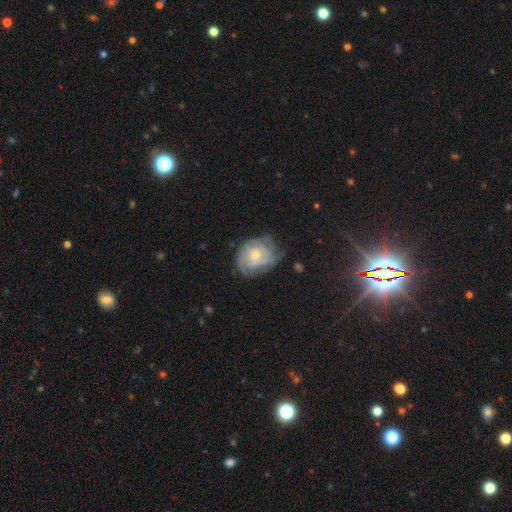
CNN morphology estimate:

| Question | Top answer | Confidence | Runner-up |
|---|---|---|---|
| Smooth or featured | featured or disk | 71% | smooth (23%) |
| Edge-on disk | no | 97% | yes (3%) |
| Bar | no | 73% | weak (24%) |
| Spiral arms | yes | 86% | no (14%) |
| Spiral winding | tight | 59% | medium (31%) |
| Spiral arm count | can't tell | 45% | 3 (18%) |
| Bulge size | moderate | 51% | small (43%) |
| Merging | none | 58% | minor disturbance (27%) |